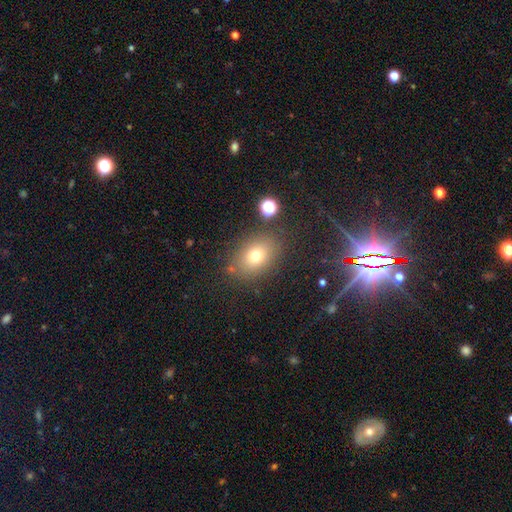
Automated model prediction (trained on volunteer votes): Smooth or featured: smooth — 74% (star or artifact — 14%)
How rounded: in between — 70% (round — 28%)
Merging: none — 80% (minor disturbance — 11%)